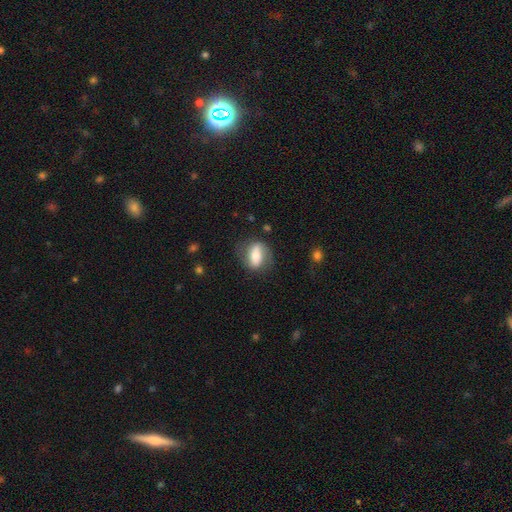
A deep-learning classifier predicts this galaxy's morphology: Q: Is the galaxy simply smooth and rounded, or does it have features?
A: smooth — 47%.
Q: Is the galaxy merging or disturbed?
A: none — 72%.